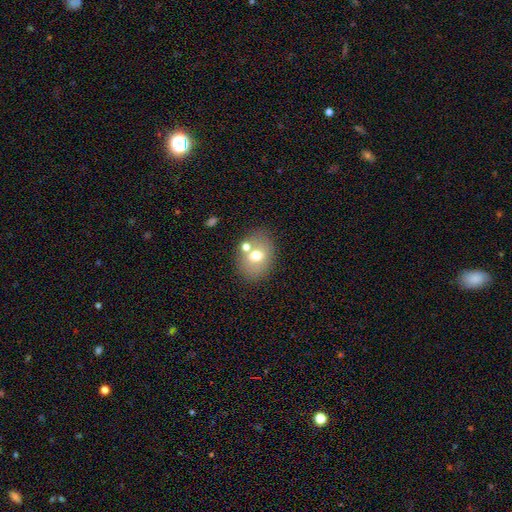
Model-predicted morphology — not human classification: Overall: smooth (65%). How rounded: in between (57%; round 42%). Merging: none (71%).